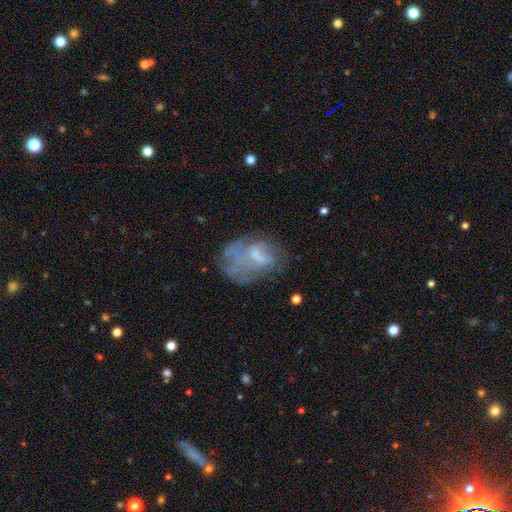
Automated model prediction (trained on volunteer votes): A featured or disk galaxy (49%).

Vote fractions:
- Smooth or featured? featured or disk: 49% / smooth: 38% / star or artifact: 13%
- Merging? none: 38% / major disturbance: 33% / minor disturbance: 24% / merger: 5%